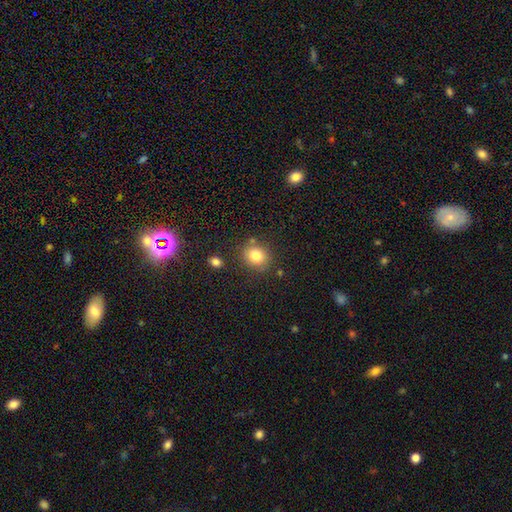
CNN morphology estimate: smooth-or-featured: smooth: 82% | star or artifact: 11% | featured or disk: 7%
  how-rounded: round: 77% | in between: 22% | cigar-shaped: 1%
  merging: none: 78% | minor disturbance: 12% | merger: 7% | major disturbance: 4%